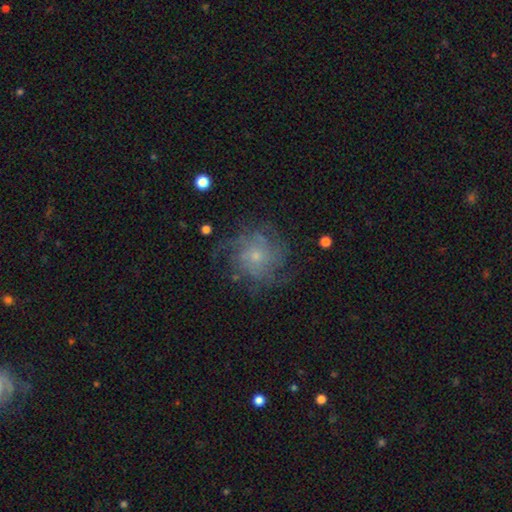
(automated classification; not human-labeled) This appears to be a featured or disk galaxy (66%) with no bar (82%), tight (47%) spiral arms (86%) and a small central bulge (70%). Merging: none (70%).